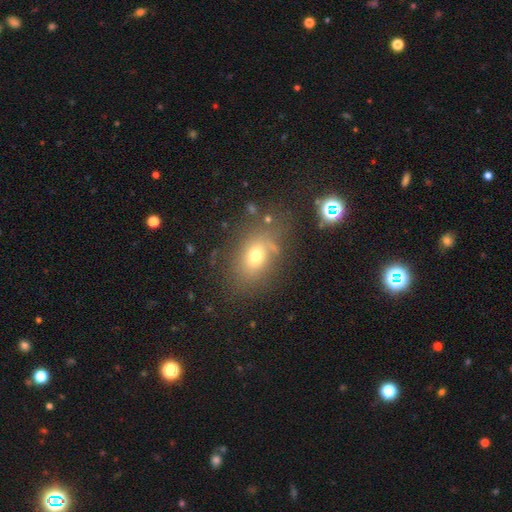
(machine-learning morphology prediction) type=smooth (65%); roundness=in between (70%); merging=none (68%).